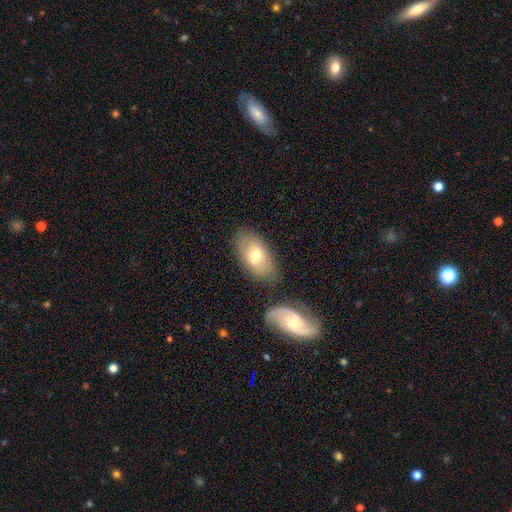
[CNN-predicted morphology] Q: Smooth or featured?
A: smooth (60%); runner-up: featured or disk (33%)
Q: How rounded?
A: in between (91%); runner-up: round (7%)
Q: Merging?
A: none (69%); runner-up: minor disturbance (18%)